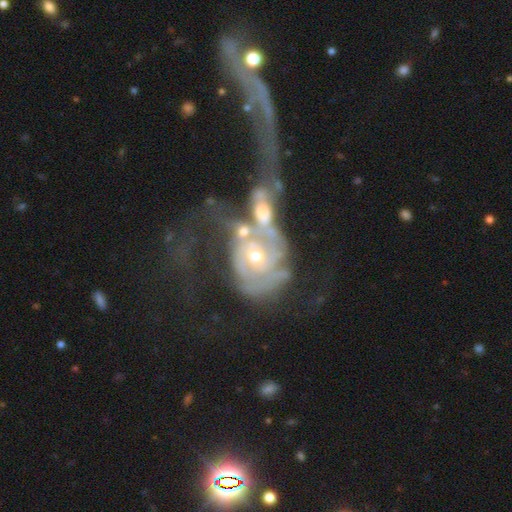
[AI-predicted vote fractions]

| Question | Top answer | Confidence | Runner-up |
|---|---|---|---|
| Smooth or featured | featured or disk | 77% | smooth (14%) |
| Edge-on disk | no | 95% | yes (5%) |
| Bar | no | 74% | weak (20%) |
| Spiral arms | yes | 74% | no (26%) |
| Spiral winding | tight | 41% | loose (32%) |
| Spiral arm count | can't tell | 38% | 2 (32%) |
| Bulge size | moderate | 54% | small (39%) |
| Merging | merger | 66% | major disturbance (21%) |